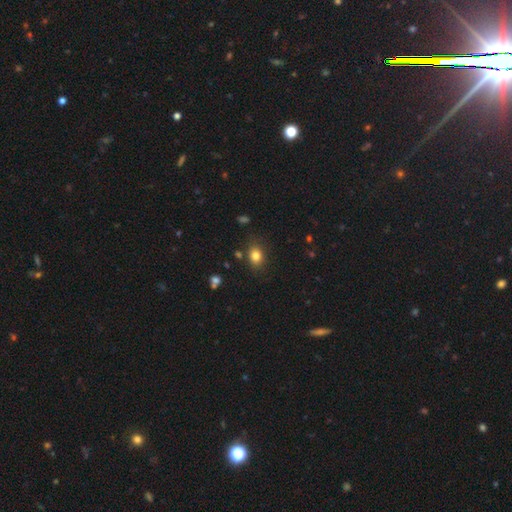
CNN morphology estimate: smooth_or_featured: smooth (p=0.82) [alt: star or artifact p=0.11]
how_rounded: in between (p=0.61) [alt: round p=0.38]
merging: none (p=0.81) [alt: minor disturbance p=0.12]